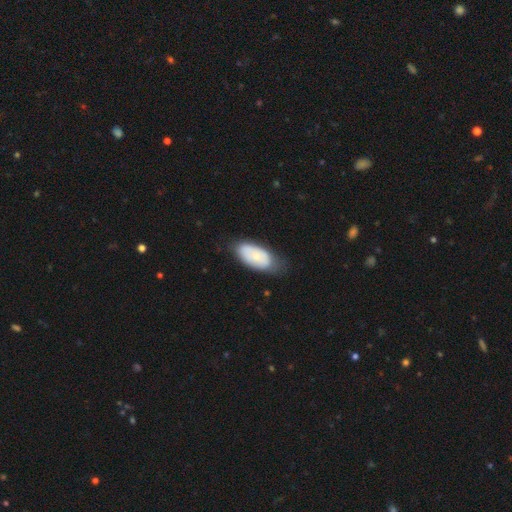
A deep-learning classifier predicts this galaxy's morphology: Overall: smooth (64%; featured or disk 30%). How rounded: in between (93%). Merging: none (65%; minor disturbance 26%).